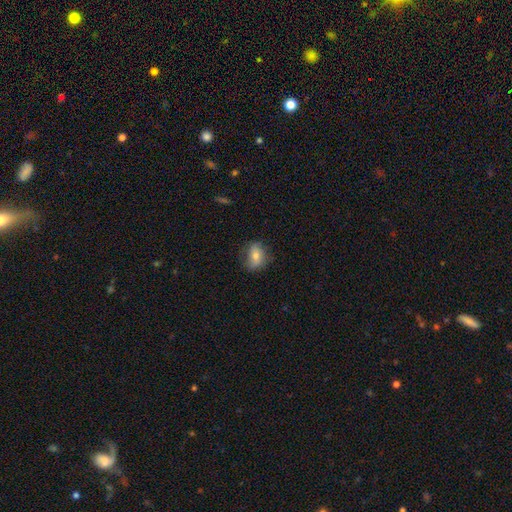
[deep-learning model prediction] smooth 60%, featured or disk 30%, star or artifact 10%. Down the decision tree: how rounded — in between (66%); merging — none (73%).